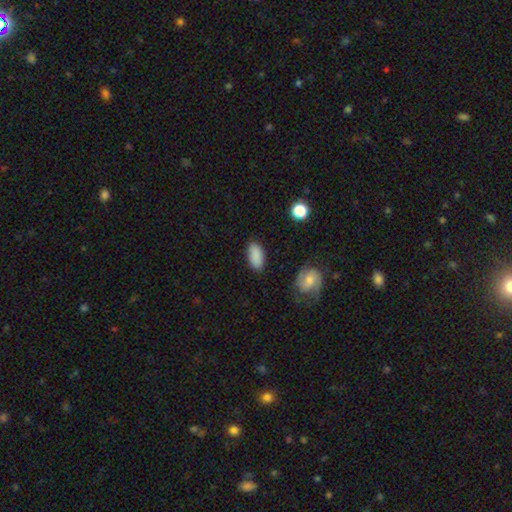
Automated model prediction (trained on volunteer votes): smooth 88%, star or artifact 7%, featured or disk 5%. Down the decision tree: how rounded — in between (92%); merging — none (85%).